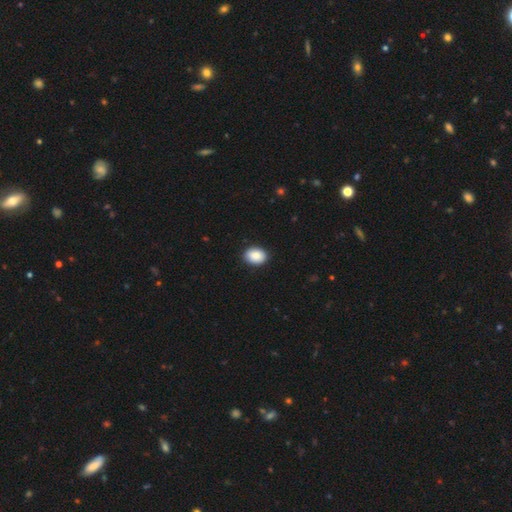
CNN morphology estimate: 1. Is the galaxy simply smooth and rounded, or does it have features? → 89% smooth, 7% star or artifact, 4% featured or disk.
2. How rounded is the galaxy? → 69% in between, 30% round, 1% cigar-shaped.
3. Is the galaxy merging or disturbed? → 89% none, 8% minor disturbance, 2% major disturbance, 1% merger.